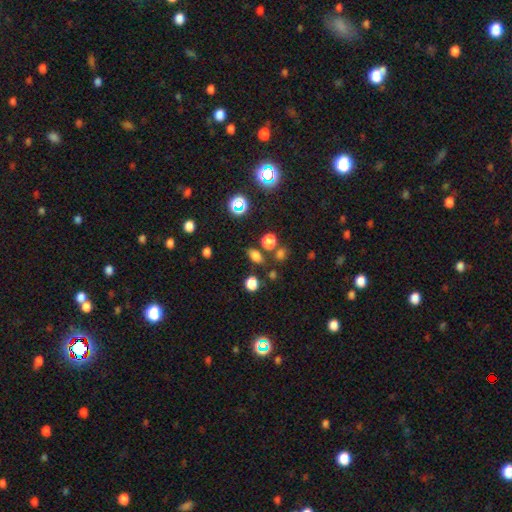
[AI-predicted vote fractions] Q: Smooth or featured?
A: smooth (72%); runner-up: star or artifact (21%)
Q: How rounded?
A: in between (77%); runner-up: round (20%)
Q: Merging?
A: none (76%); runner-up: minor disturbance (11%)